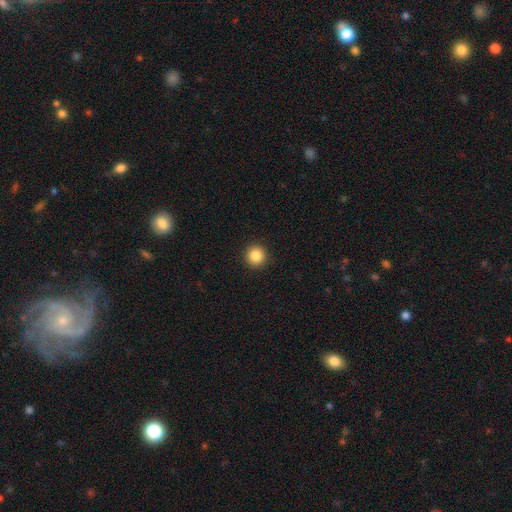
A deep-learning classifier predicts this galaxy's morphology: A smooth galaxy with no disk features (86%) that is round (95%). Merging: none (93%).